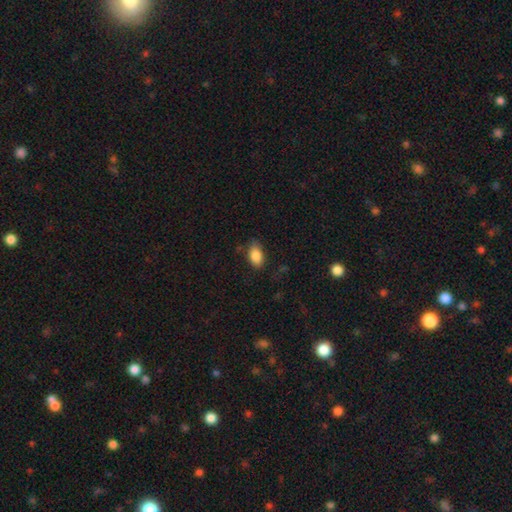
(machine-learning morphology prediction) smooth-or-featured: smooth: 87% | star or artifact: 8% | featured or disk: 5%
  how-rounded: in between: 90% | round: 8% | cigar-shaped: 2%
  merging: none: 74% | minor disturbance: 20% | major disturbance: 5% | merger: 2%